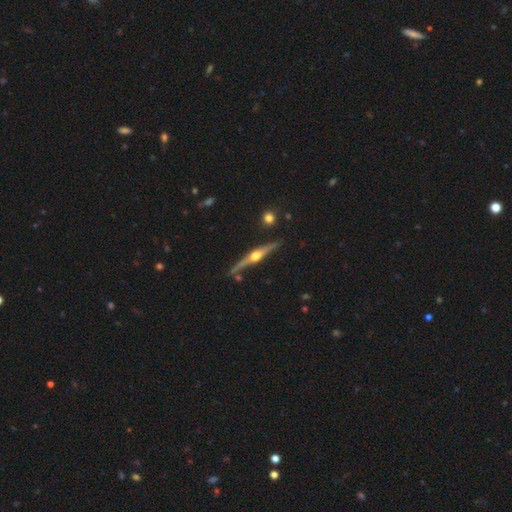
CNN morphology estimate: Overall: featured or disk (83%). Edge-on disk: yes (98%). Edge-on bulge: rounded (96%). Merging: none (84%).